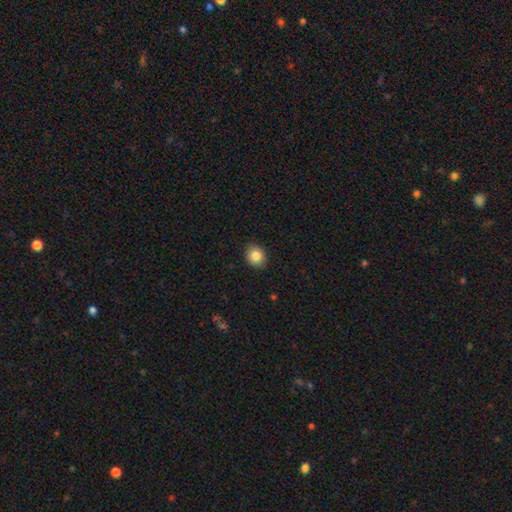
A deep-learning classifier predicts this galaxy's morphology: A smooth galaxy with no disk features (85%) that is round (64%). Merging: none (89%).